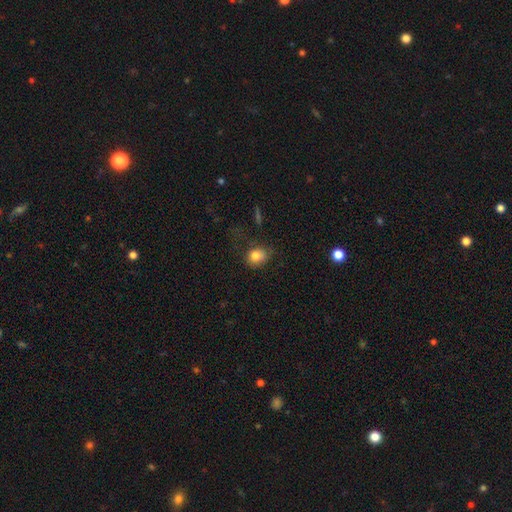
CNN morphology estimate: smooth-or-featured: smooth: 82% | star or artifact: 10% | featured or disk: 7%
  how-rounded: round: 55% | in between: 44% | cigar-shaped: 1%
  merging: none: 62% | minor disturbance: 24% | major disturbance: 12% | merger: 2%